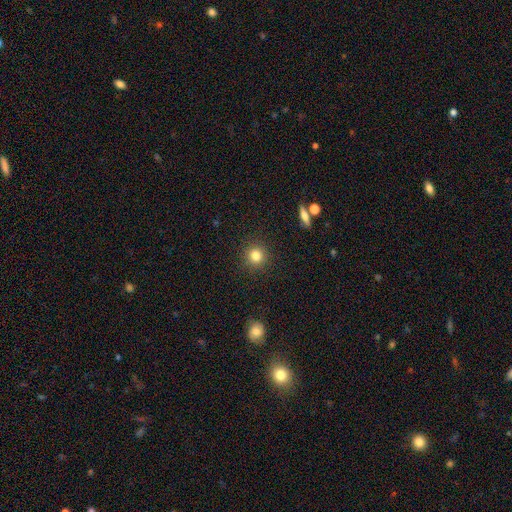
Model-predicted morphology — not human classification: This is clearly a smooth galaxy (81%). How rounded: clearly round (93%). Merging: clearly none (91%).